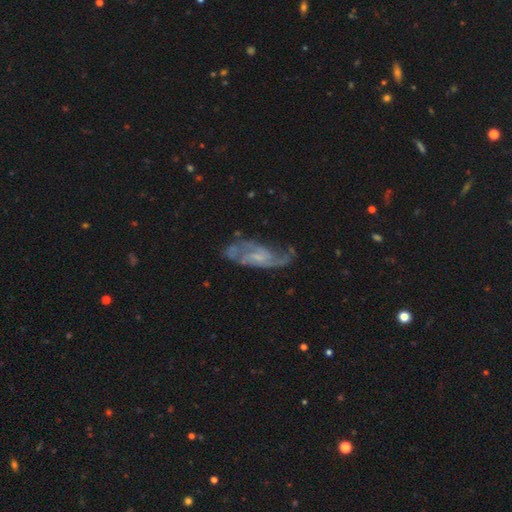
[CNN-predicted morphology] Smooth or featured? featured or disk (79%)
Edge-on disk? no (92%)
Bar? no (57%)
Spiral arms? yes (90%)
Spiral winding? medium (44%)
Spiral arm count? 2 (59%)
Bulge size? small (60%)
Merging? none (56%)